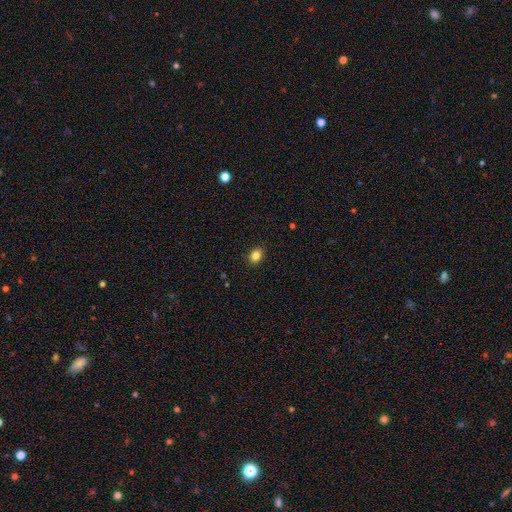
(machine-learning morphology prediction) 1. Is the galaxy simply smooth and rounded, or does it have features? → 83% smooth, 11% star or artifact, 5% featured or disk.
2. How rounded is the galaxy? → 60% round, 39% in between, 1% cigar-shaped.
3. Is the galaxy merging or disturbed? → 89% none, 8% minor disturbance, 2% major disturbance, 1% merger.